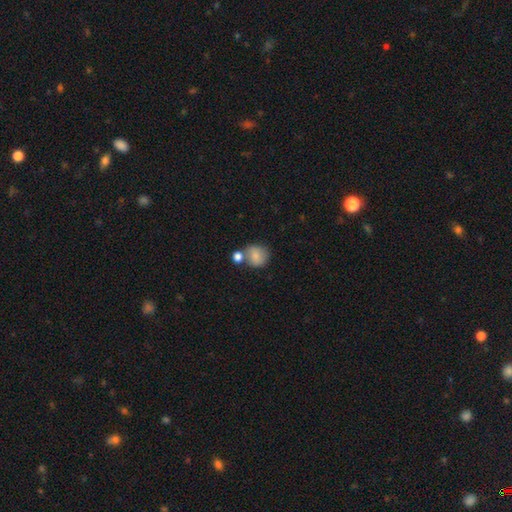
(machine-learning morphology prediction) type=smooth (81%); roundness=round (80%); merging=none (51%).